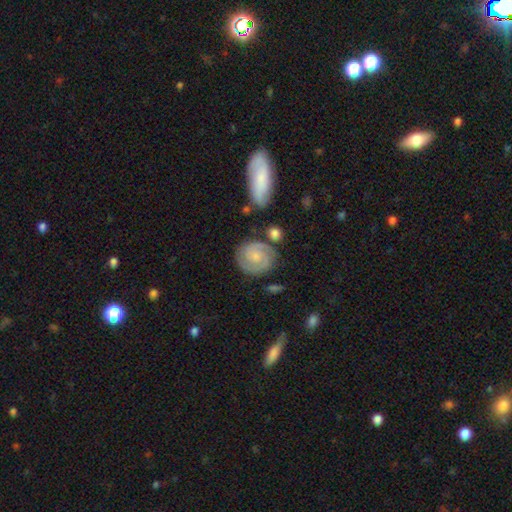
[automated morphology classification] Q: Smooth or featured?
A: featured or disk (80%); runner-up: smooth (14%)
Q: Edge-on disk?
A: no (98%); runner-up: yes (2%)
Q: Bar?
A: no (64%); runner-up: weak (29%)
Q: Spiral arms?
A: yes (97%); runner-up: no (3%)
Q: Spiral winding?
A: tight (64%); runner-up: medium (31%)
Q: Spiral arm count?
A: 2 (85%); runner-up: can't tell (6%)
Q: Bulge size?
A: small (53%); runner-up: moderate (27%)
Q: Merging?
A: none (77%); runner-up: minor disturbance (13%)